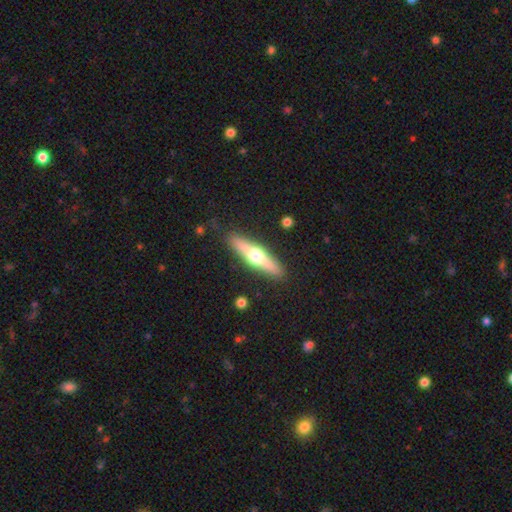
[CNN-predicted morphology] A featured or disk galaxy (62%) viewed edge-on (95%) with a rounded central bulge (95%).

Vote fractions:
- Smooth or featured? featured or disk: 62% / smooth: 33% / star or artifact: 5%
- Edge-on disk? yes: 95% / no: 5%
- Edge-on bulge? rounded: 95% / none: 3% / boxy: 2%
- Merging? none: 89% / minor disturbance: 8% / major disturbance: 2% / merger: 1%